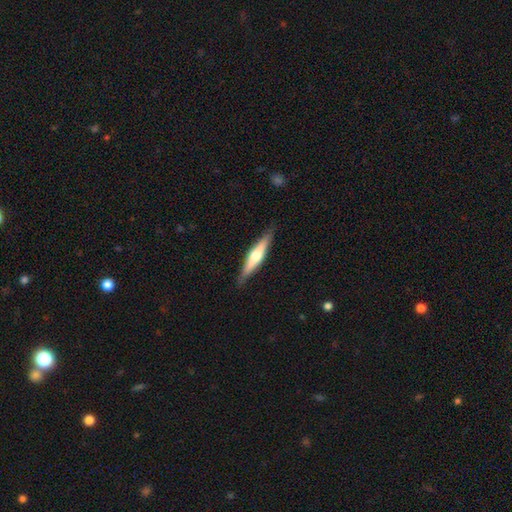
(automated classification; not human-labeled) Q: Smooth or featured?
A: featured or disk (59%); runner-up: smooth (36%)
Q: Edge-on disk?
A: yes (96%); runner-up: no (4%)
Q: Edge-on bulge?
A: rounded (89%); runner-up: boxy (6%)
Q: Merging?
A: none (88%); runner-up: minor disturbance (9%)